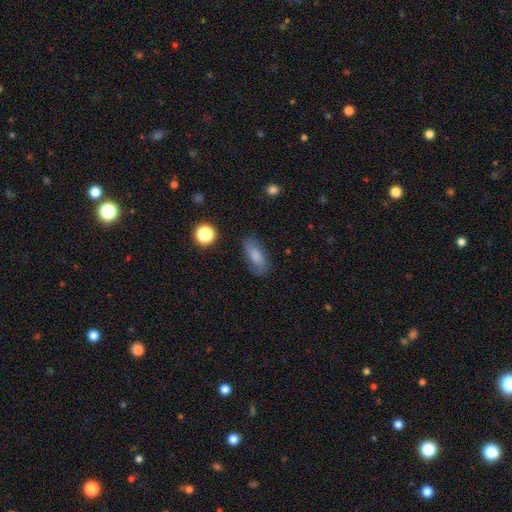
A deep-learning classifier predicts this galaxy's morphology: This is likely a smooth galaxy (75%). How rounded: likely in between (75%). Merging: likely none (76%).